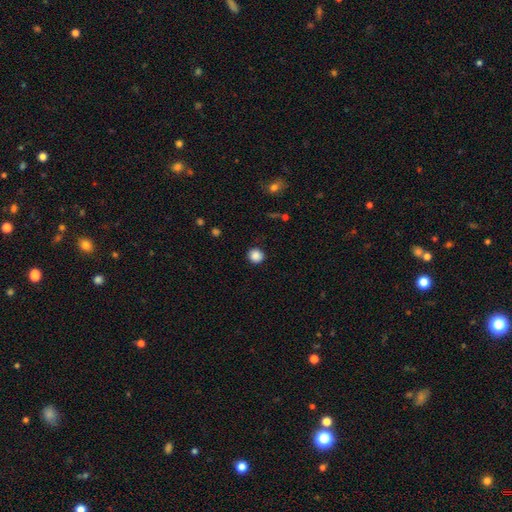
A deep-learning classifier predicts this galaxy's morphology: Overall: smooth (87%). How rounded: round (92%). Merging: none (90%).